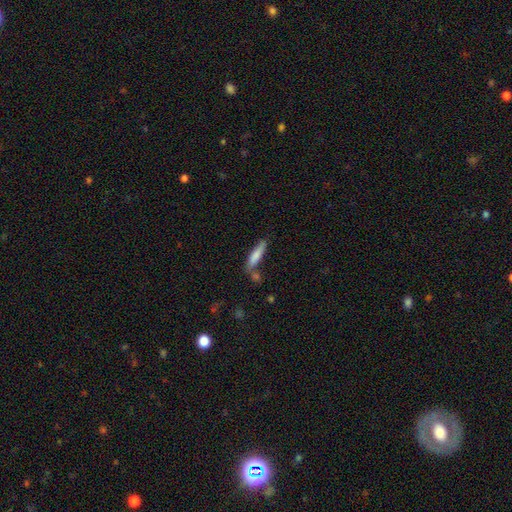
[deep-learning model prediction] Smooth or featured: smooth — 76% (featured or disk — 17%)
How rounded: cigar-shaped — 80% (in between — 18%)
Merging: none — 64% (minor disturbance — 17%)